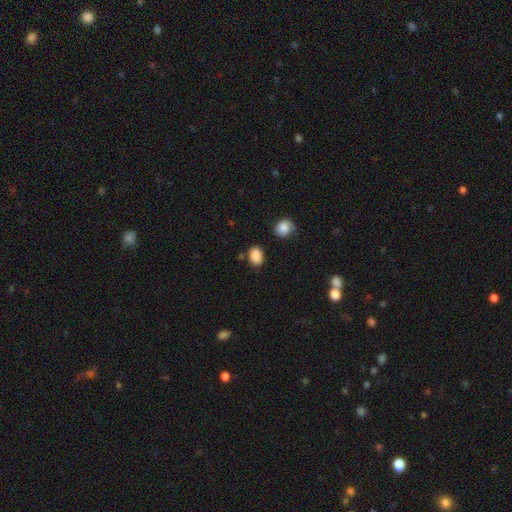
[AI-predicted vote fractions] Q: Smooth or featured?
A: smooth (87%); runner-up: star or artifact (9%)
Q: How rounded?
A: in between (72%); runner-up: round (27%)
Q: Merging?
A: none (76%); runner-up: minor disturbance (16%)